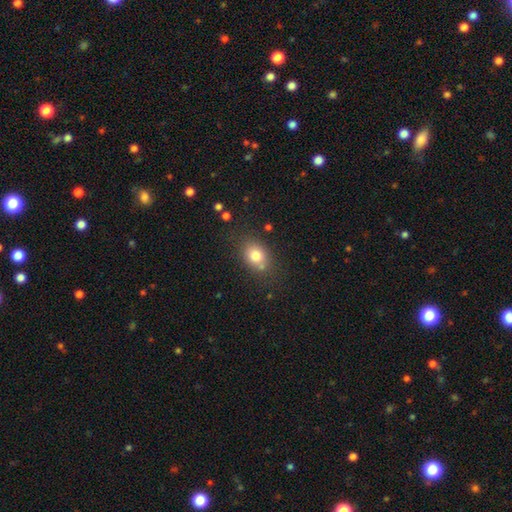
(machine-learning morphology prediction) Smooth or featured: smooth — 78% (featured or disk — 12%)
How rounded: in between — 59% (round — 39%)
Merging: none — 71% (minor disturbance — 15%)